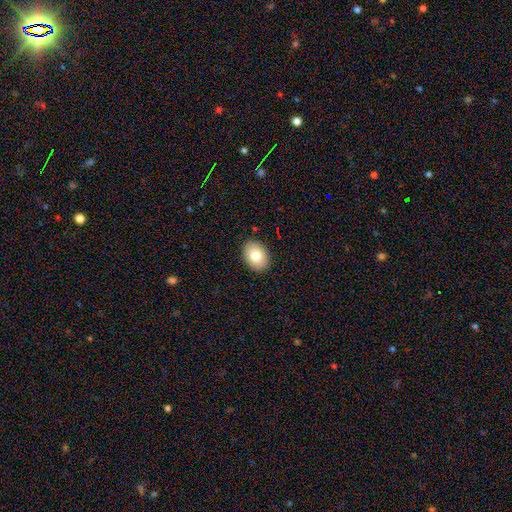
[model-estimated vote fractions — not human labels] A smooth galaxy with no disk features (80%) that is in between round and cigar-shaped (72%). Merging: none (89%).